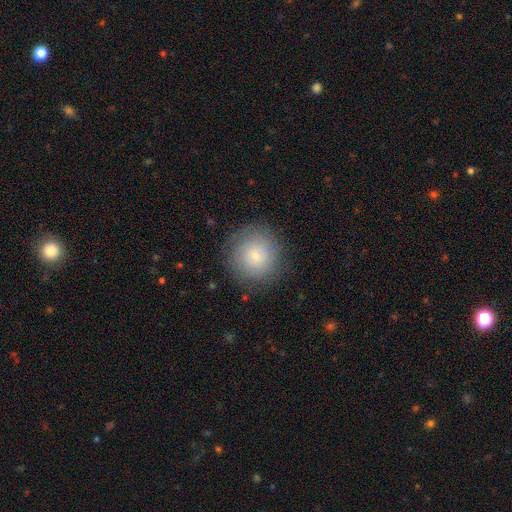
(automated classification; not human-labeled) A smooth galaxy with no disk features (77%) that is round (94%). Merging: none (85%).